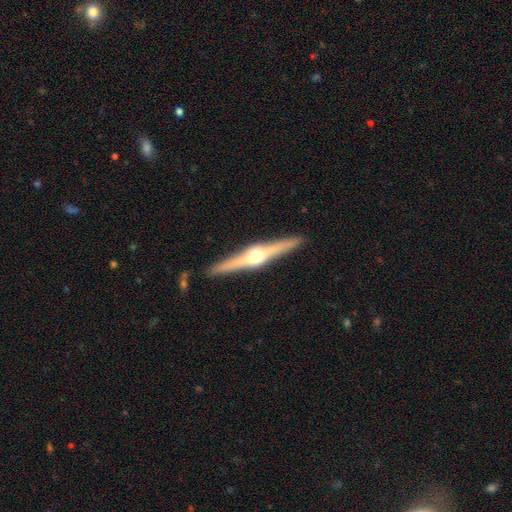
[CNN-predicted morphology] smooth_or_featured: featured or disk (p=0.84) [alt: smooth p=0.12]
disk_edge_on: yes (p=0.98) [alt: no p=0.02]
edge_on_bulge: rounded (p=0.95) [alt: boxy p=0.03]
merging: none (p=0.91) [alt: minor disturbance p=0.06]